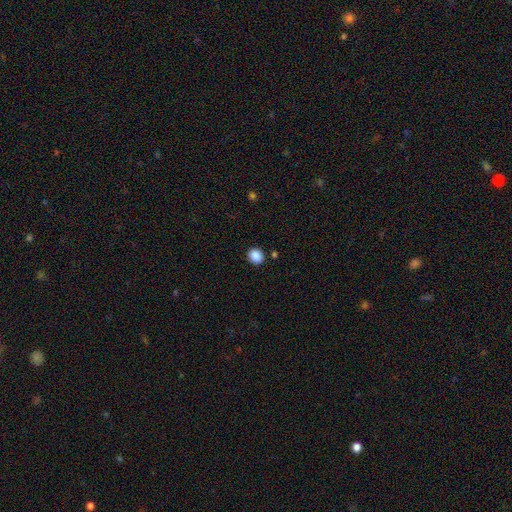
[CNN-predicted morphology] Smooth or featured?
  - smooth: 88% *
  - star or artifact: 9%
  - featured or disk: 3%
How rounded?
  - round: 62% *
  - in between: 37%
  - cigar-shaped: 1%
Merging?
  - none: 88% *
  - minor disturbance: 7%
  - merger: 2%
  - major disturbance: 2%